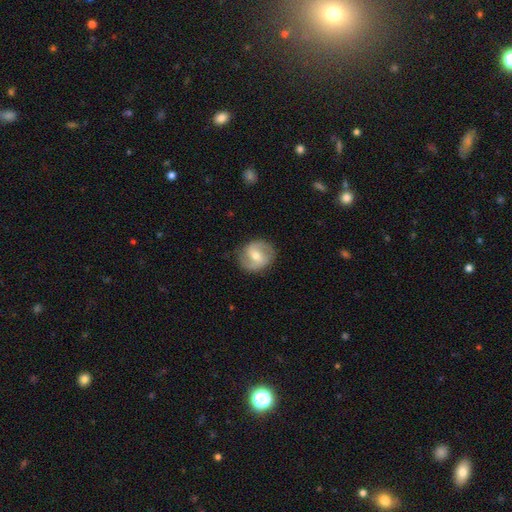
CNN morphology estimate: smooth-or-featured: featured or disk: 75% | smooth: 19% | star or artifact: 5%
  disk-edge-on: no: 98% | yes: 2%
    bar: weak: 49% | no: 27% | strong: 23%
    has-spiral-arms: yes: 91% | no: 9%
      spiral-winding: medium: 51% | tight: 25% | loose: 24%
      spiral-arm-count: 2: 89% | can't tell: 5% | 3: 2% | 1: 2% | 4: 1% | more than 4: 1%
    bulge-size: moderate: 56% | small: 40% | large: 2% | none: 1% | dominant: 1%
  merging: none: 84% | minor disturbance: 12% | major disturbance: 4% | merger: 1%